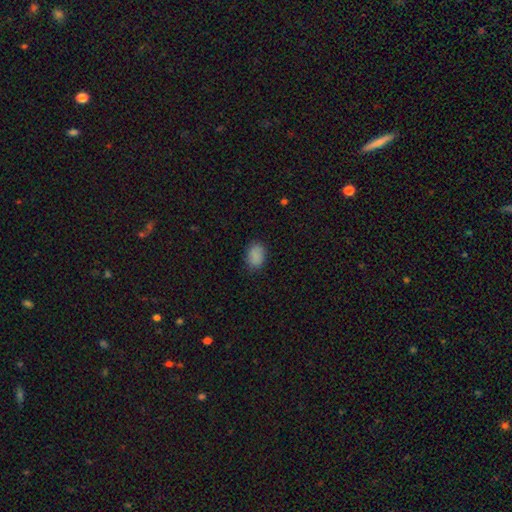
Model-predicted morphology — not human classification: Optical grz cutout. It shows a smooth galaxy with no disk features (87%) that is in between round and cigar-shaped (77%). Merging: none (81%).